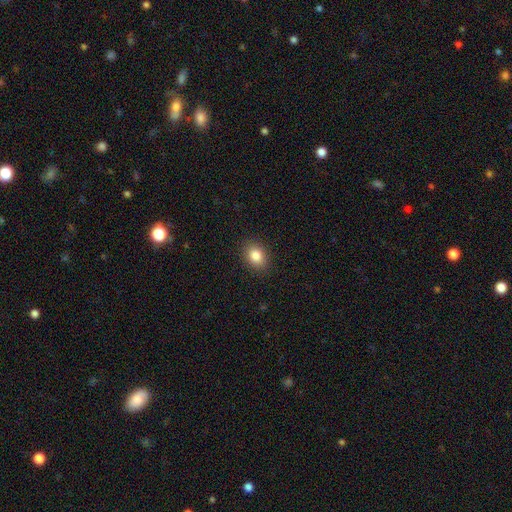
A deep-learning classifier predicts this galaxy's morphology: Smooth or featured? Predicted: smooth (p=0.84). How rounded? Predicted: in between (p=0.63). Merging? Predicted: none (p=0.89).